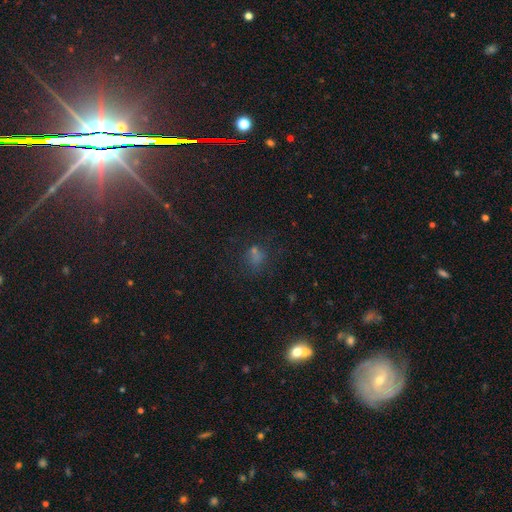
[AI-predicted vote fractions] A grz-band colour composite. It shows a smooth galaxy with no disk features (57%) that is round (59%). Merging: none (56%).